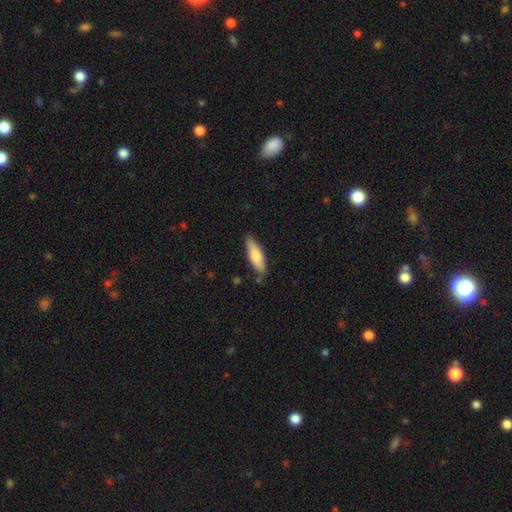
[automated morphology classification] smooth-or-featured: smooth: 73% | featured or disk: 21% | star or artifact: 6%
  how-rounded: cigar-shaped: 54% | in between: 44% | round: 2%
  merging: none: 81% | minor disturbance: 14% | major disturbance: 2% | merger: 2%